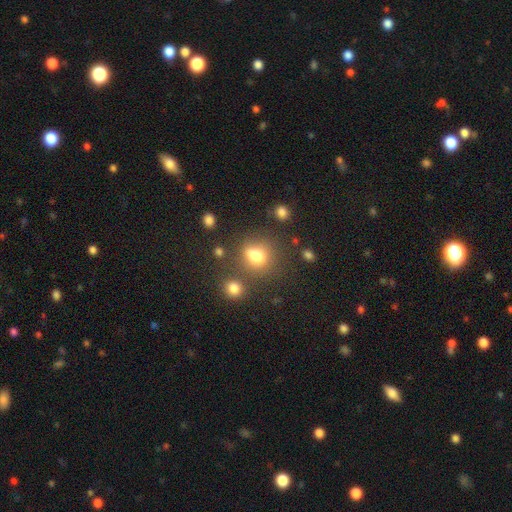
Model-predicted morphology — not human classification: Smooth or featured: star or artifact — 73% (smooth — 18%)